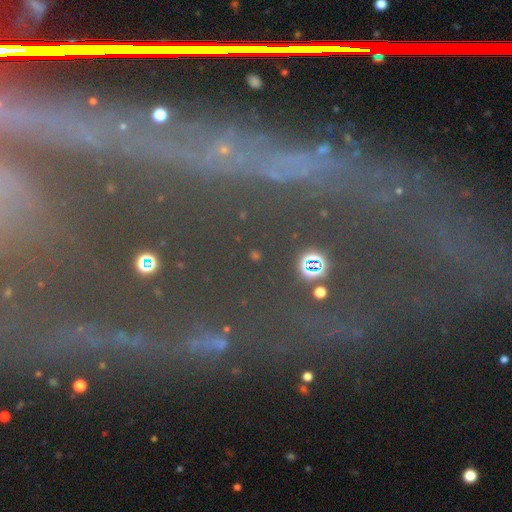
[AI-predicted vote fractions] A star or artifact, not a galaxy (74%).